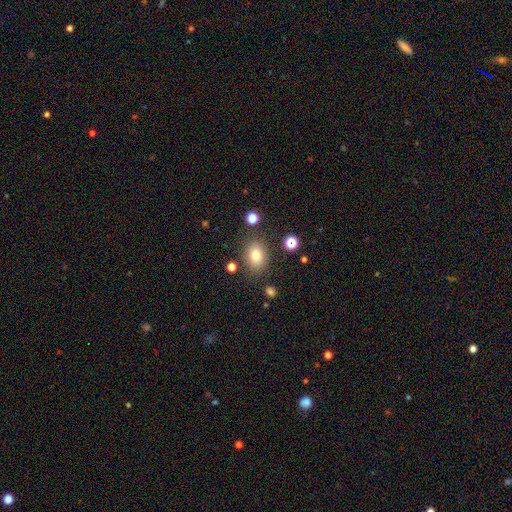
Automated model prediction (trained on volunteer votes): Smooth or featured? smooth (77%)
How rounded? in between (56%)
Merging? none (82%)